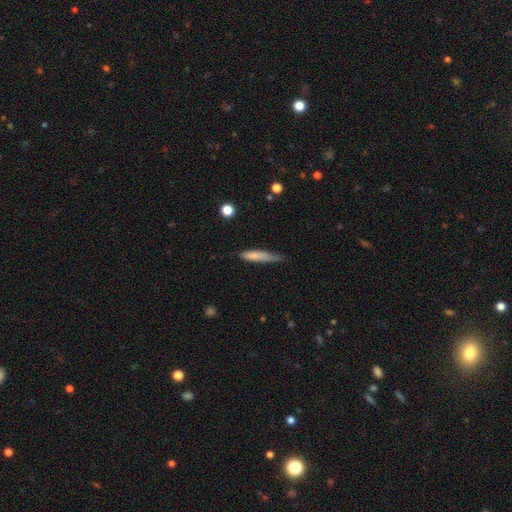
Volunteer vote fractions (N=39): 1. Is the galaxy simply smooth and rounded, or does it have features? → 79% smooth, 18% featured or disk, 3% star or artifact.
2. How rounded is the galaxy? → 71% cigar-shaped, 29% in between, 0% round.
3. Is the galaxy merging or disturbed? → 58% minor disturbance, 26% none, 16% major disturbance, 0% merger.